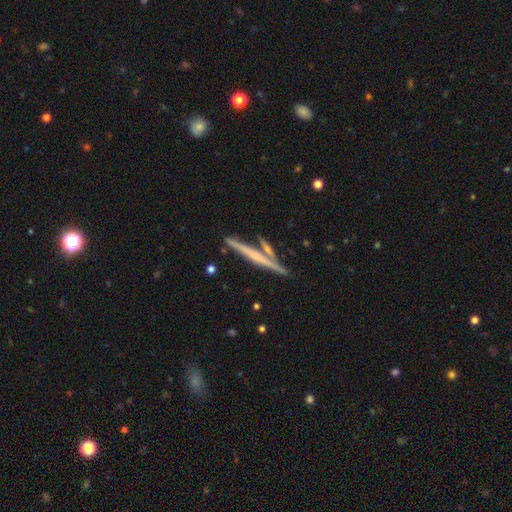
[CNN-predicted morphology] Smooth or featured? featured or disk (63%)
Edge-on disk? yes (97%)
Edge-on bulge? none (65%)
Merging? none (75%)